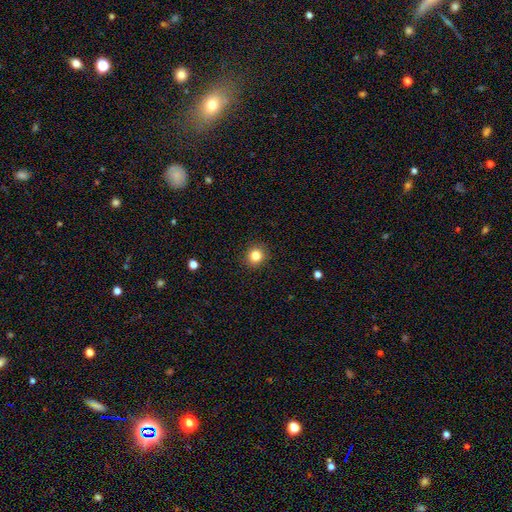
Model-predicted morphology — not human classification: smooth 83%, star or artifact 11%, featured or disk 5%. Down the decision tree: how rounded — round (87%); merging — none (91%).